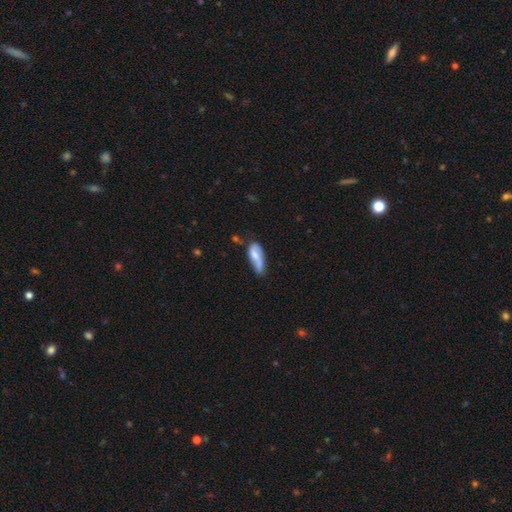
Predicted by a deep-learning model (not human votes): A smooth galaxy with no disk features (58%) that is in between round and cigar-shaped (69%).

Vote fractions:
- Smooth or featured? smooth: 58% / featured or disk: 35% / star or artifact: 7%
- How rounded? in between: 69% / cigar-shaped: 28% / round: 2%
- Merging? none: 42% / minor disturbance: 36% / major disturbance: 14% / merger: 8%